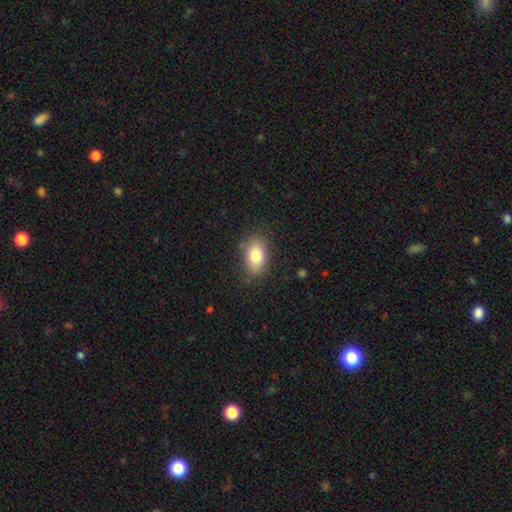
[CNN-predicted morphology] A smooth galaxy with no disk features (80%) that is in between round and cigar-shaped (87%). Merging: none (81%).